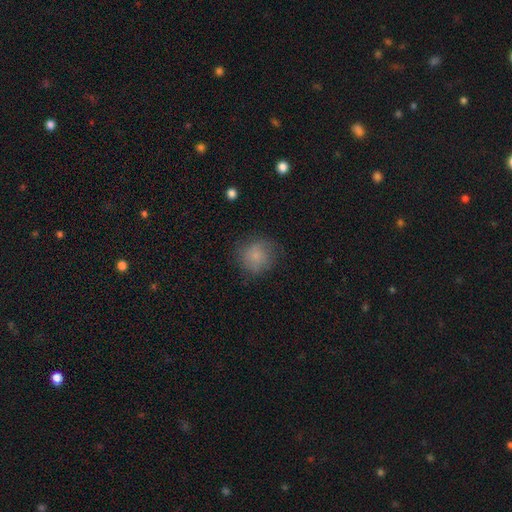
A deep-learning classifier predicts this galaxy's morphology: type=smooth (78%); roundness=round (86%); merging=none (71%).